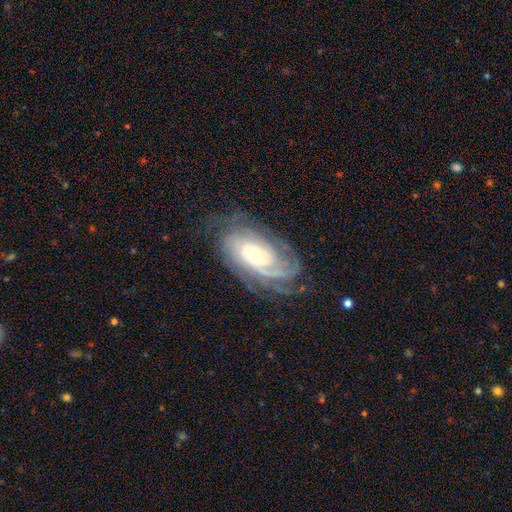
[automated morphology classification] The model was most divided on "bulge size": small: 56%, moderate: 38%, large: 4%, dominant: 1%, none: 1%. Remaining: spiral arms — yes (94%); edge-on disk — no (94%); smooth or featured — featured or disk (84%); bar — no (74%); merging — none (69%); spiral winding — tight (67%); spiral arm count — can't tell (37%).